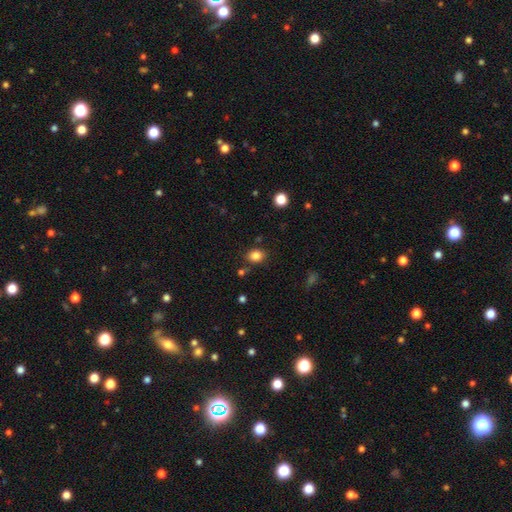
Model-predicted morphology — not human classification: type=smooth (83%); roundness=round (53%); merging=none (81%).